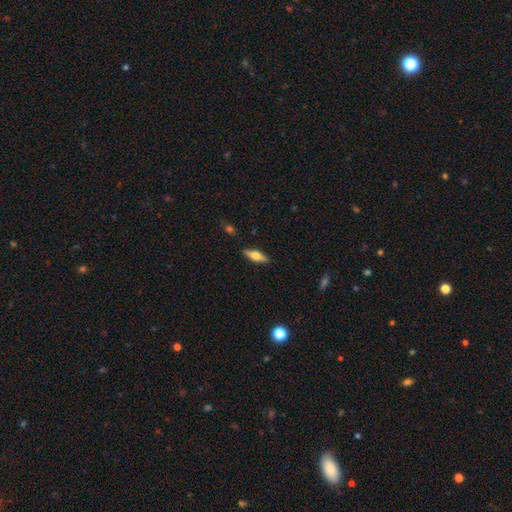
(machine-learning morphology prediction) smooth_or_featured: smooth (p=0.50) [alt: featured or disk p=0.43]
how_rounded: in between (p=0.55) [alt: cigar-shaped p=0.42]
merging: none (p=0.88) [alt: minor disturbance p=0.08]